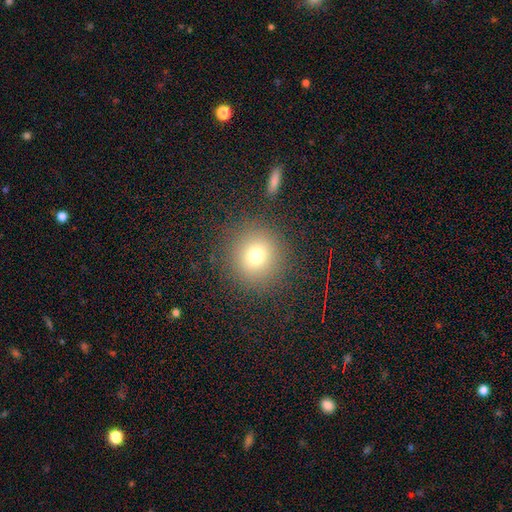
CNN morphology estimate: Smooth or featured: smooth — 73% (star or artifact — 16%)
How rounded: round — 92% (in between — 7%)
Merging: none — 87% (minor disturbance — 7%)